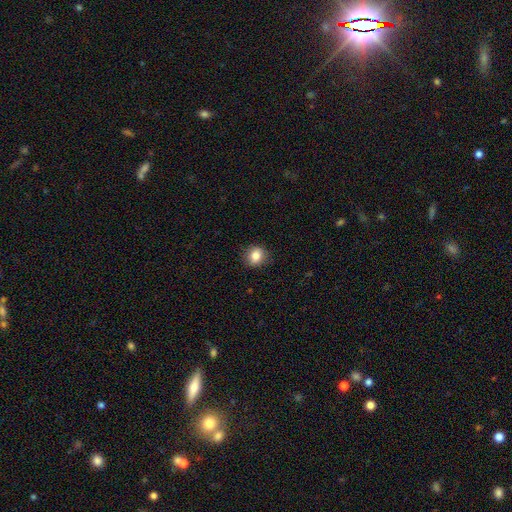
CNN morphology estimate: Smooth or featured? smooth (83%)
How rounded? round (72%)
Merging? none (86%)